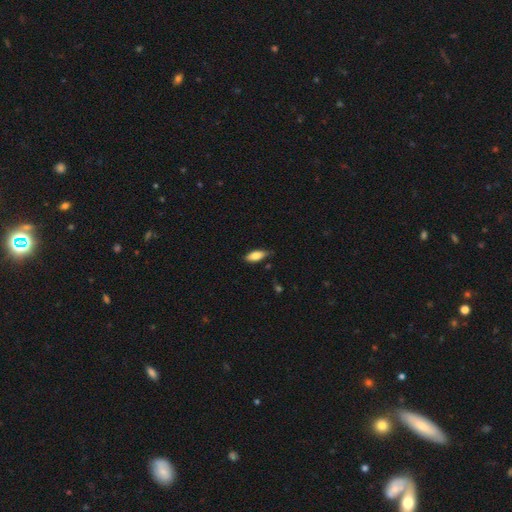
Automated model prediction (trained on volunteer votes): This is clearly a smooth galaxy (81%). How rounded: likely in between (80%). Merging: likely none (73%).